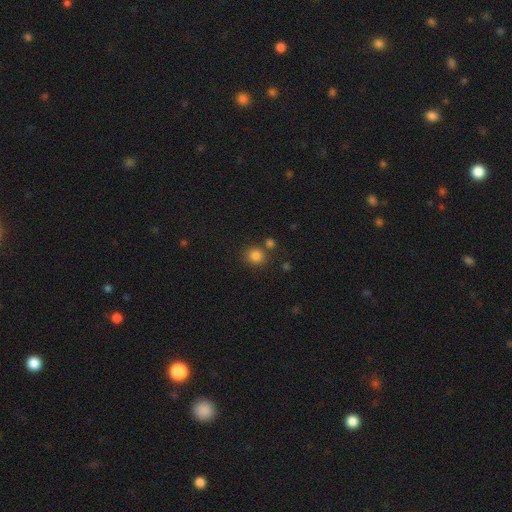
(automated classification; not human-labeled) Smooth or featured? Predicted: smooth (p=0.83). How rounded? Predicted: round (p=0.85). Merging? Predicted: none (p=0.74).